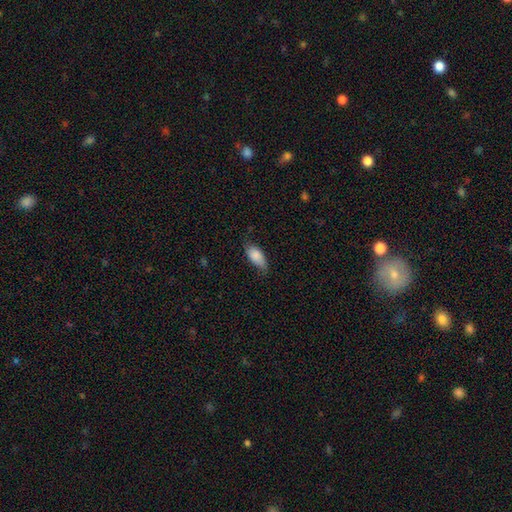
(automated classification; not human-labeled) Smooth or featured: smooth — 82% (featured or disk — 12%)
How rounded: in between — 88% (cigar-shaped — 9%)
Merging: none — 64% (minor disturbance — 28%)